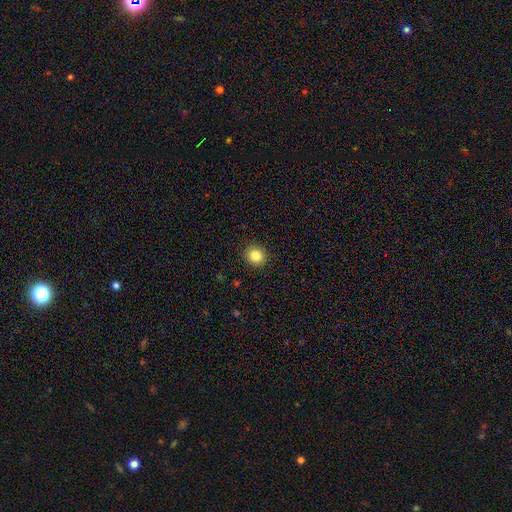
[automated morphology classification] Smooth or featured? Predicted: smooth (p=0.83). How rounded? Predicted: round (p=0.87). Merging? Predicted: none (p=0.91).